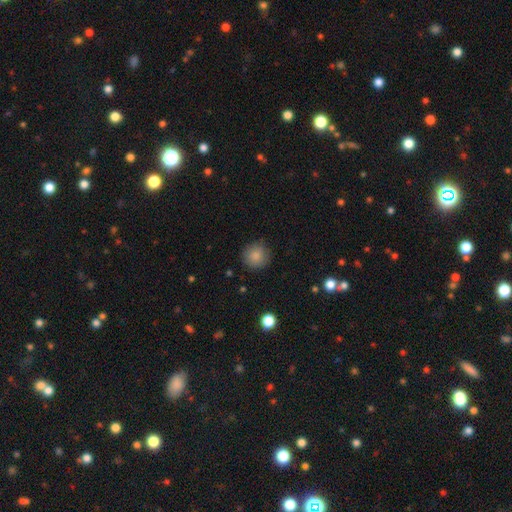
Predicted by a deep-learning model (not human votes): Morphology: type=smooth (85%); roundness=round (94%); merging=none (87%).